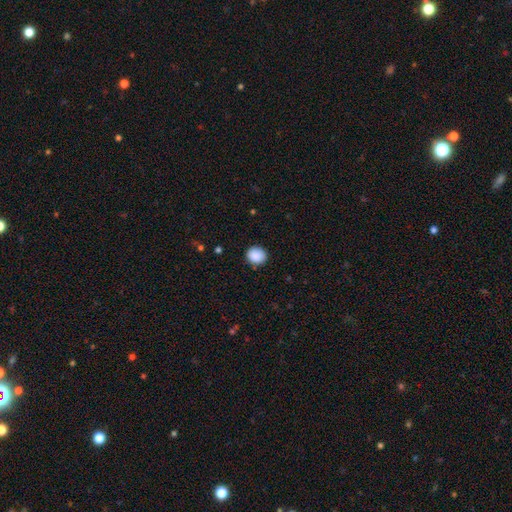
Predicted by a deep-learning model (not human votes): Smooth or featured: smooth — 89% (star or artifact — 8%)
How rounded: round — 76% (in between — 23%)
Merging: none — 89% (minor disturbance — 8%)